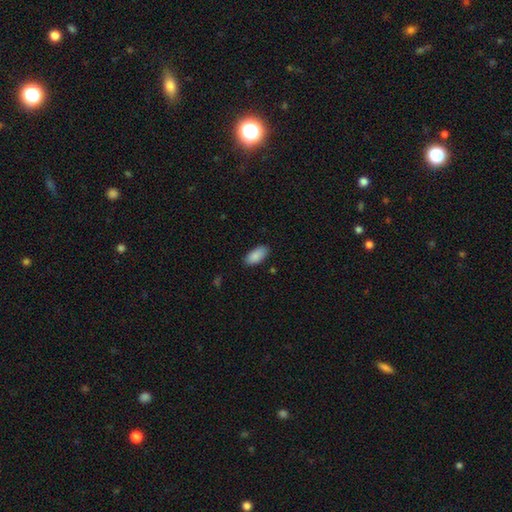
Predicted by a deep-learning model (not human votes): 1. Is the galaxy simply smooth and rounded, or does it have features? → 89% smooth, 6% star or artifact, 4% featured or disk.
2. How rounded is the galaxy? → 91% in between, 7% cigar-shaped, 2% round.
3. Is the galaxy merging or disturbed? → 86% none, 11% minor disturbance, 2% major disturbance, 1% merger.